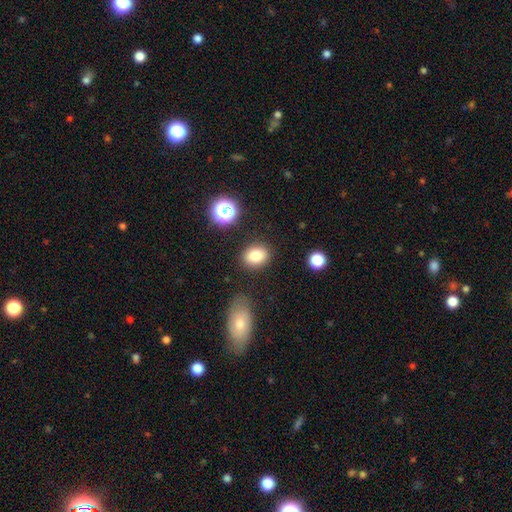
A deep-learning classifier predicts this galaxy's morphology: This is clearly a smooth galaxy (81%). How rounded: possibly in between (56%). Merging: clearly none (83%).